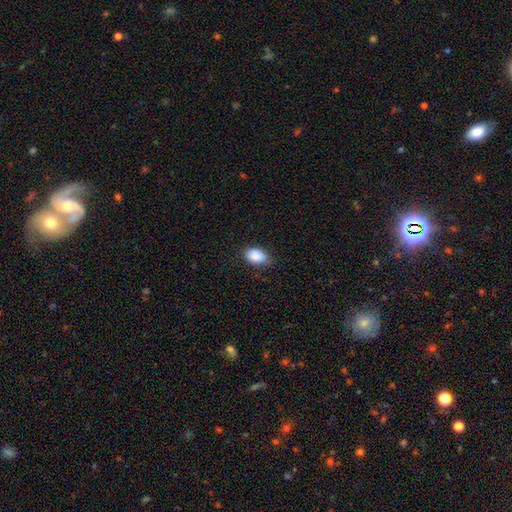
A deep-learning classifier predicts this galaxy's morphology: A smooth galaxy with no disk features (88%) that is in between round and cigar-shaped (88%).

Vote fractions:
- Smooth or featured? smooth: 88% / star or artifact: 7% / featured or disk: 5%
- How rounded? in between: 88% / round: 11% / cigar-shaped: 2%
- Merging? none: 72% / minor disturbance: 23% / major disturbance: 4% / merger: 1%